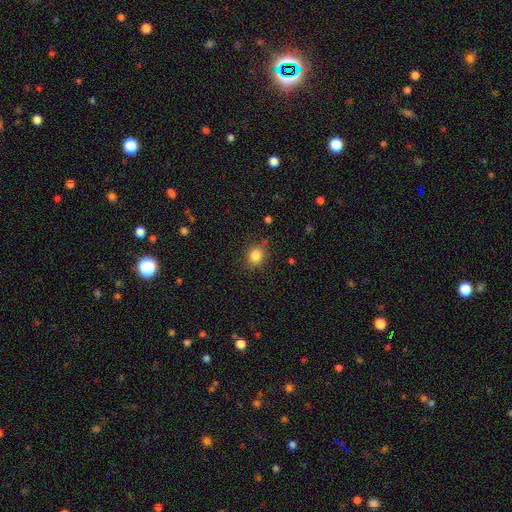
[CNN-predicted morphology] smooth-or-featured: smooth: 84% | star or artifact: 11% | featured or disk: 5%
  how-rounded: round: 72% | in between: 27% | cigar-shaped: 1%
  merging: none: 83% | minor disturbance: 11% | major disturbance: 3% | merger: 2%